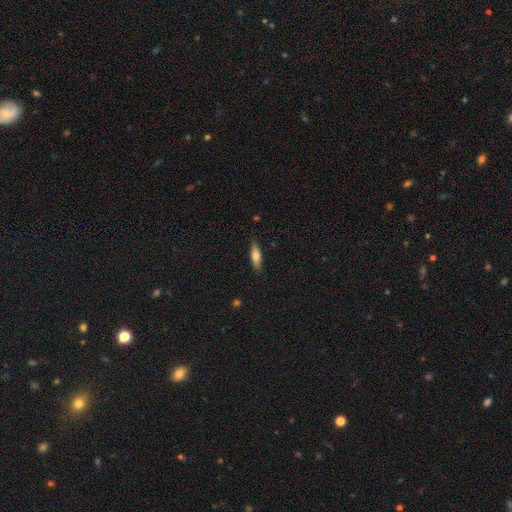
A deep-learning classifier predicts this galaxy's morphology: A smooth galaxy with no disk features (66%) that is cigar-shaped (65%).

Vote fractions:
- Smooth or featured? smooth: 66% / featured or disk: 27% / star or artifact: 6%
- How rounded? cigar-shaped: 65% / in between: 33% / round: 2%
- Merging? none: 86% / minor disturbance: 11% / major disturbance: 2% / merger: 1%